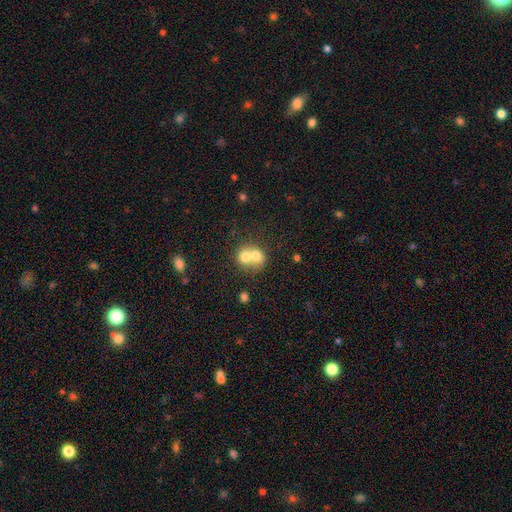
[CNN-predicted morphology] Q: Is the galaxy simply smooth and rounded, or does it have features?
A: smooth — 69%.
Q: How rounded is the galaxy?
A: round — 71%.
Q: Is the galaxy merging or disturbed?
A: merger — 73%.